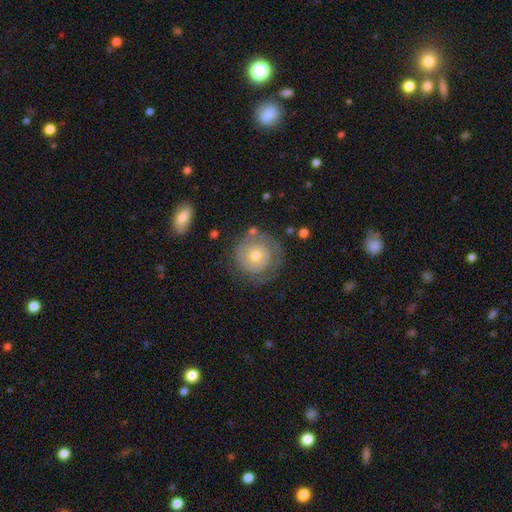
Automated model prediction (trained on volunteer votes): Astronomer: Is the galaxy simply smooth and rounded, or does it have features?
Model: featured or disk — 59%.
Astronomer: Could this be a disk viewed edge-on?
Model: no — 97%.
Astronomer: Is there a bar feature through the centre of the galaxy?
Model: no — 86%.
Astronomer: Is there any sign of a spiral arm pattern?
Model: yes — 72%.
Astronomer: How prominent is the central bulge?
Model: moderate — 52% (runner-up: small, 42%).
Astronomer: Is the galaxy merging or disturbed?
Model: none — 70%.